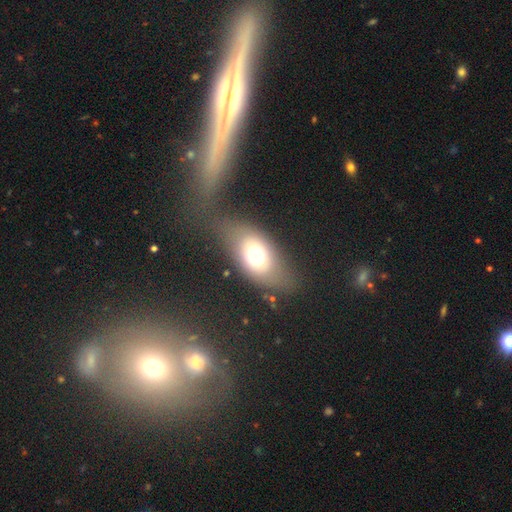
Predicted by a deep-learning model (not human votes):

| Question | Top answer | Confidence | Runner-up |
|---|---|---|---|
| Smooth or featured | smooth | 64% | featured or disk (23%) |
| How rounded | in between | 77% | round (18%) |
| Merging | none | 63% | minor disturbance (16%) |